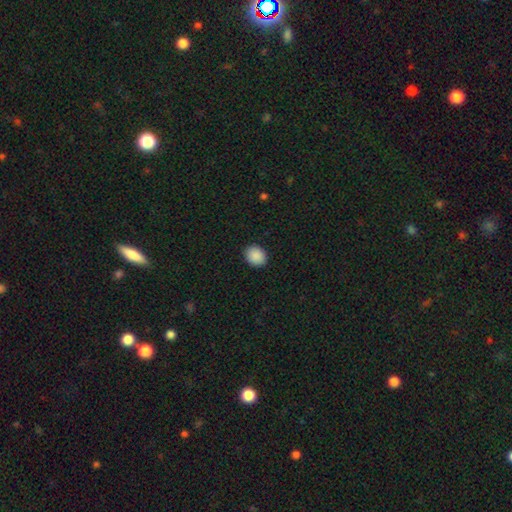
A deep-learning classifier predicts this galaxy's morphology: smooth-or-featured: smooth: 90% | star or artifact: 8% | featured or disk: 2%
  how-rounded: round: 64% | in between: 35% | cigar-shaped: 1%
  merging: none: 91% | minor disturbance: 6% | major disturbance: 2% | merger: 1%